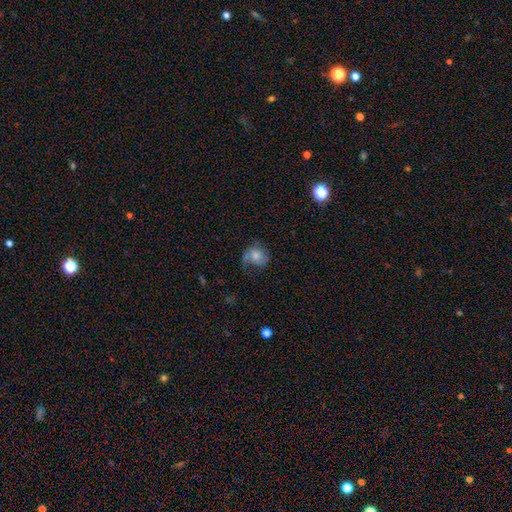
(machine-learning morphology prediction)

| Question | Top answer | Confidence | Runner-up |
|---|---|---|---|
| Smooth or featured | smooth | 61% | featured or disk (29%) |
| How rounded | round | 62% | in between (37%) |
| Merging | none | 44% | minor disturbance (28%) |